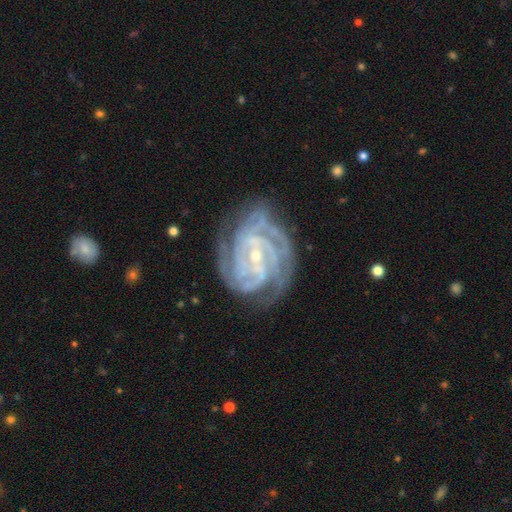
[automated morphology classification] Smooth or featured? Predicted: featured or disk (p=0.92). Edge-on disk? Predicted: no (p=0.97). Bar? Predicted: weak (p=0.40). Spiral arms? Predicted: yes (p=0.98). Spiral winding? Predicted: tight (p=0.74). Spiral arm count? Predicted: 3 (p=0.28). Bulge size? Predicted: small (p=0.75). Merging? Predicted: none (p=0.73).